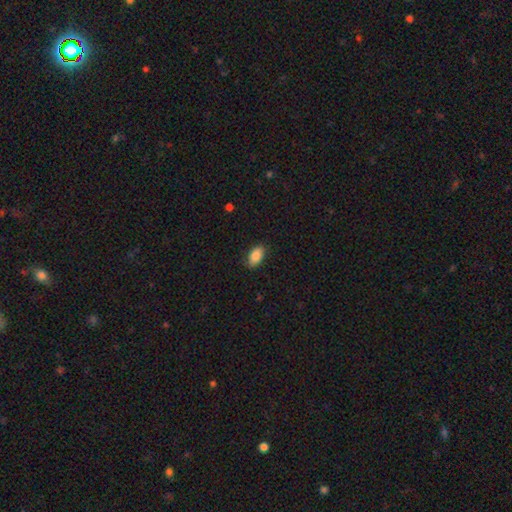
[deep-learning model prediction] Overall: smooth (86%). How rounded: in between (92%). Merging: none (84%).